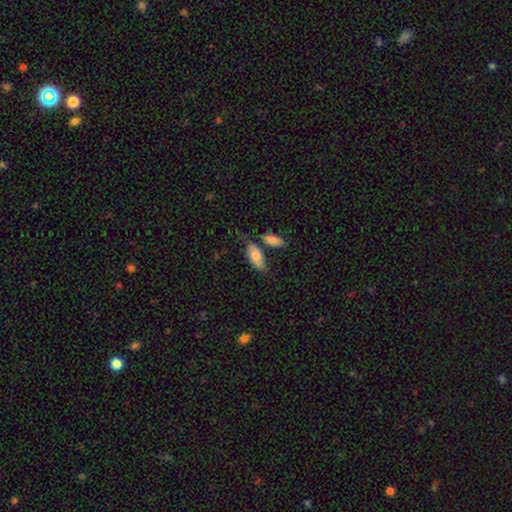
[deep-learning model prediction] Smooth or featured: smooth — 80% (featured or disk — 13%)
How rounded: in between — 85% (cigar-shaped — 12%)
Merging: none — 52% (minor disturbance — 22%)